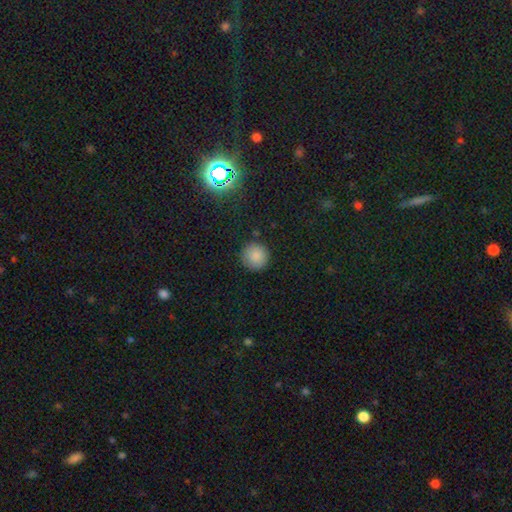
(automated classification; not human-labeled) Smooth or featured?
  - smooth: 86% *
  - star or artifact: 10%
  - featured or disk: 4%
How rounded?
  - round: 95% *
  - in between: 4%
  - cigar-shaped: 1%
Merging?
  - none: 90% *
  - minor disturbance: 7%
  - major disturbance: 2%
  - merger: 1%